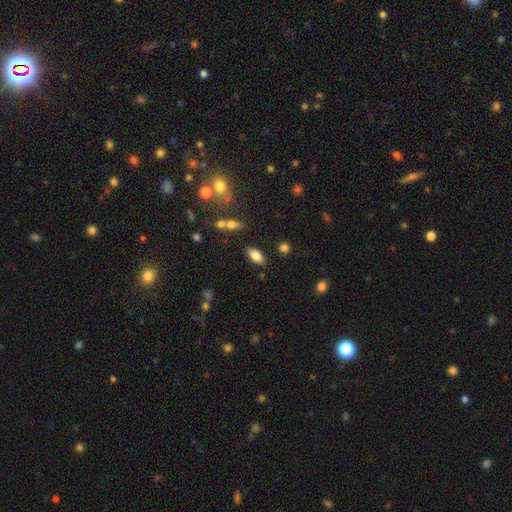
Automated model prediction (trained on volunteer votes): Smooth or featured? Predicted: smooth (p=0.80). How rounded? Predicted: in between (p=0.89). Merging? Predicted: none (p=0.84).